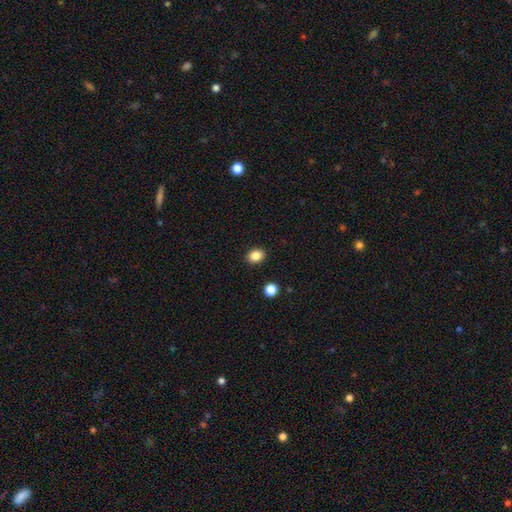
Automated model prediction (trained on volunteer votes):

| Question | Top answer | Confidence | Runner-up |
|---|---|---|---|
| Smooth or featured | smooth | 86% | star or artifact (10%) |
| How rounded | in between | 57% | round (42%) |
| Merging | none | 90% | minor disturbance (7%) |